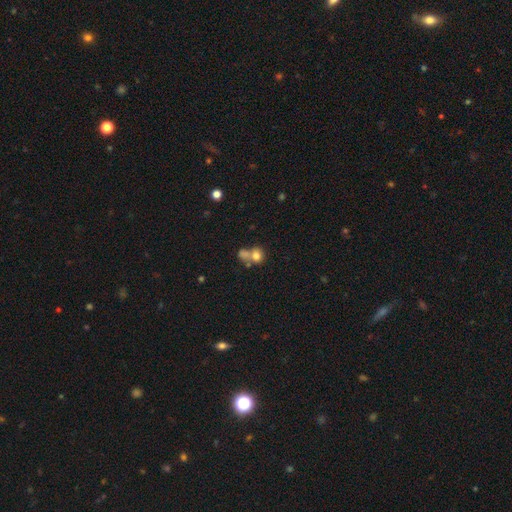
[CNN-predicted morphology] Smooth or featured? Predicted: smooth (p=0.74). How rounded? Predicted: round (p=0.72). Merging? Predicted: merger (p=0.52).